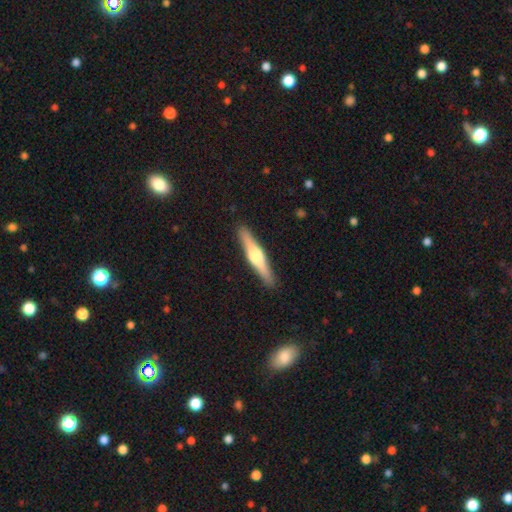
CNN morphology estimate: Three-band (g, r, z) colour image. It shows a featured or disk galaxy (63%) viewed edge-on (97%) with a rounded central bulge (90%). Merging: none (90%).